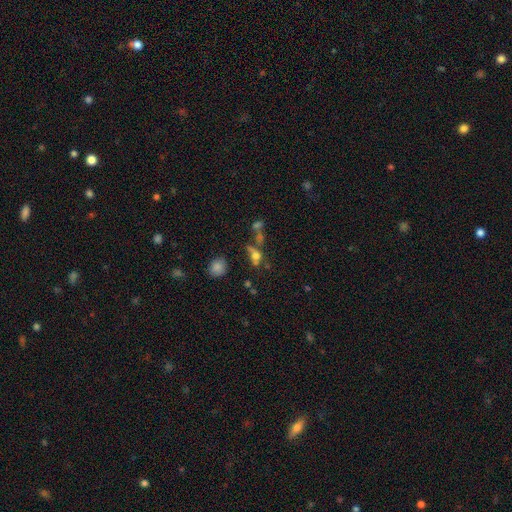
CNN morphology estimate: A smooth galaxy with no disk features (56%) that is in between round and cigar-shaped (48%).

Vote fractions:
- Smooth or featured? smooth: 56% / featured or disk: 24% / star or artifact: 20%
- How rounded? in between: 48% / round: 42% / cigar-shaped: 10%
- Merging? none: 37% / merger: 35% / major disturbance: 15% / minor disturbance: 13%